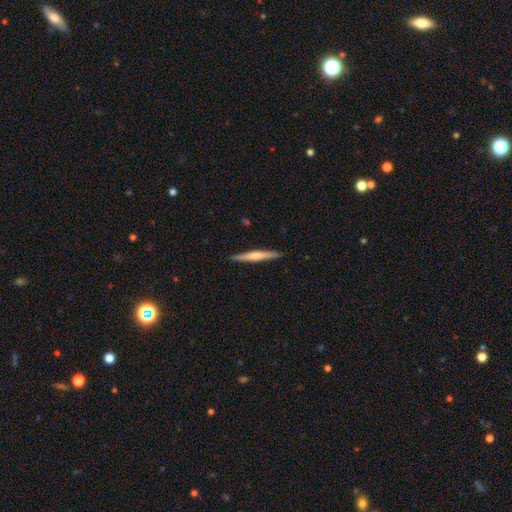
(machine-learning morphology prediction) Smooth or featured? Predicted: featured or disk (p=0.48). Merging? Predicted: none (p=0.91).